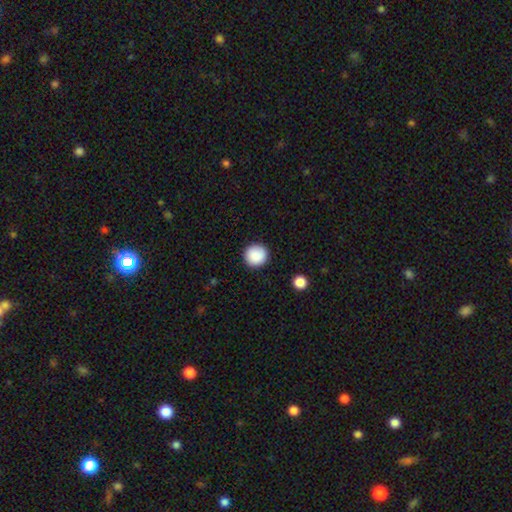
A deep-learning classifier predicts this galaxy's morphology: smooth 88%, star or artifact 8%, featured or disk 3%. Down the decision tree: how rounded — round (95%); merging — none (91%).